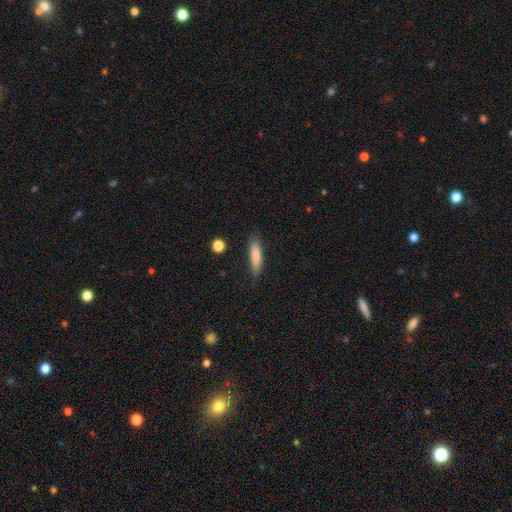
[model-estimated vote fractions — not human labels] Q: Smooth or featured?
A: smooth (82%); runner-up: featured or disk (11%)
Q: How rounded?
A: cigar-shaped (75%); runner-up: in between (24%)
Q: Merging?
A: none (83%); runner-up: minor disturbance (13%)